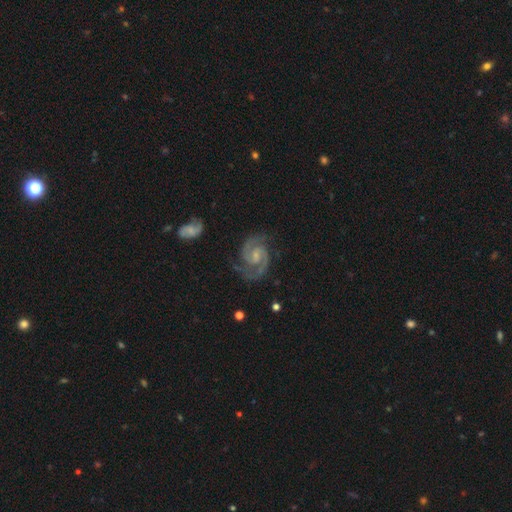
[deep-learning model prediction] smooth_or_featured: featured or disk (p=0.93) [alt: star or artifact p=0.04]
disk_edge_on: no (p=0.98) [alt: yes p=0.02]
bar: weak (p=0.51) [alt: no p=0.37]
has_spiral_arms: yes (p=0.99) [alt: no p=0.01]
spiral_winding: medium (p=0.57) [alt: tight p=0.35]
spiral_arm_count: 2 (p=0.93) [alt: 3 p=0.02]
bulge_size: small (p=0.56) [alt: moderate p=0.26]
merging: none (p=0.79) [alt: minor disturbance p=0.14]